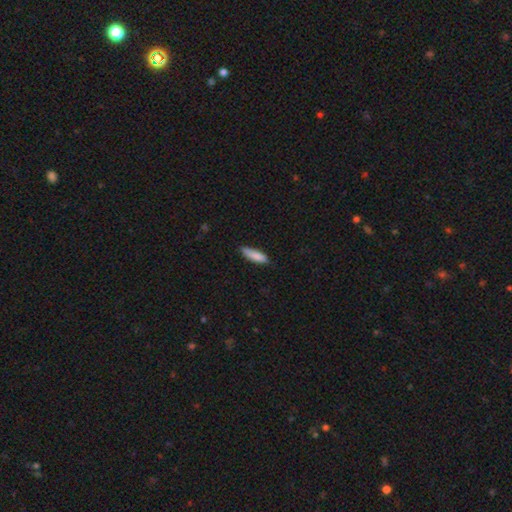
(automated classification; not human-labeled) A smooth galaxy with no disk features (85%) that is cigar-shaped (60%).

Vote fractions:
- Smooth or featured? smooth: 85% / featured or disk: 9% / star or artifact: 6%
- How rounded? cigar-shaped: 60% / in between: 39% / round: 2%
- Merging? none: 71% / minor disturbance: 24% / major disturbance: 3% / merger: 2%